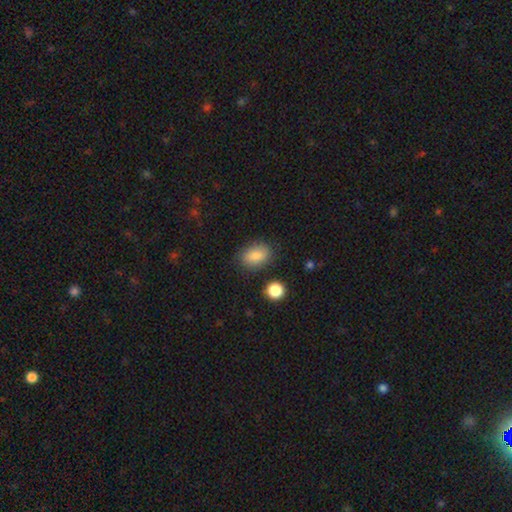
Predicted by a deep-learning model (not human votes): smooth_or_featured: smooth (p=0.83) [alt: star or artifact p=0.09]
how_rounded: in between (p=0.81) [alt: round p=0.18]
merging: none (p=0.81) [alt: minor disturbance p=0.13]